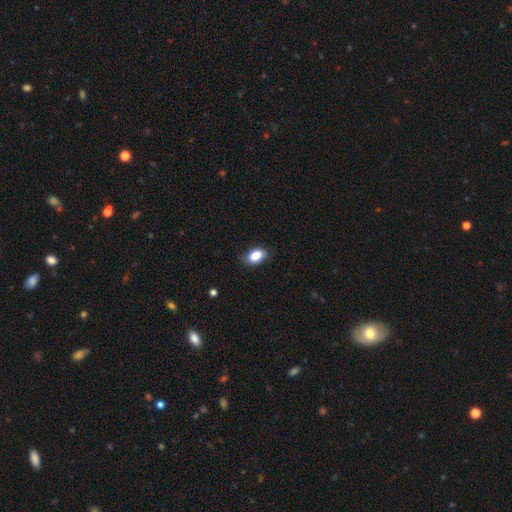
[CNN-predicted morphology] type=smooth (86%); roundness=in between (87%); merging=none (83%).